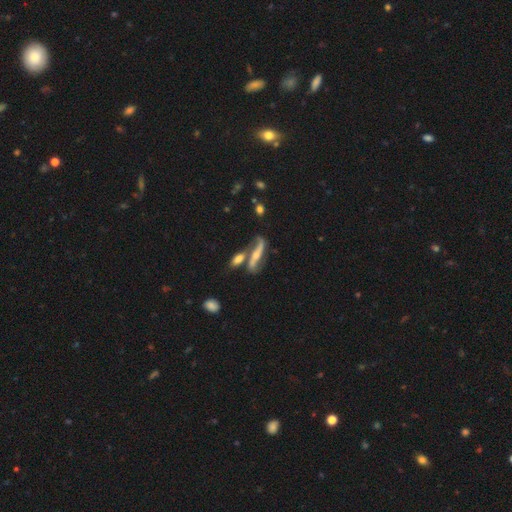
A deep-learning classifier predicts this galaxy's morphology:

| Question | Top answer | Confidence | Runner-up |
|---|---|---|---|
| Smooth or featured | featured or disk | 74% | smooth (19%) |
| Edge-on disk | no | 58% | yes (42%) |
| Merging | none | 49% | merger (27%) |